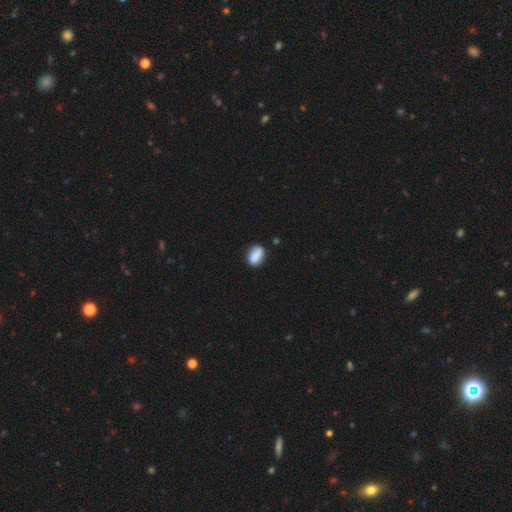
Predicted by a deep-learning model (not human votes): This is clearly a smooth galaxy (84%). How rounded: clearly in between (84%). Merging: likely none (73%).